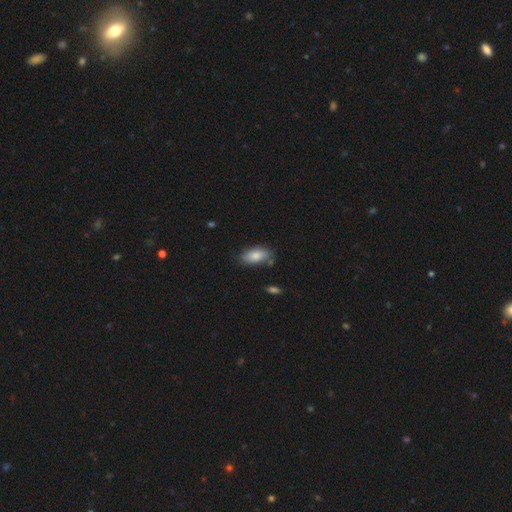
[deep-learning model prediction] A smooth galaxy with no disk features (81%) that is in between round and cigar-shaped (90%).

Vote fractions:
- Smooth or featured? smooth: 81% / featured or disk: 12% / star or artifact: 7%
- How rounded? in between: 90% / cigar-shaped: 6% / round: 3%
- Merging? none: 69% / minor disturbance: 21% / merger: 5% / major disturbance: 4%